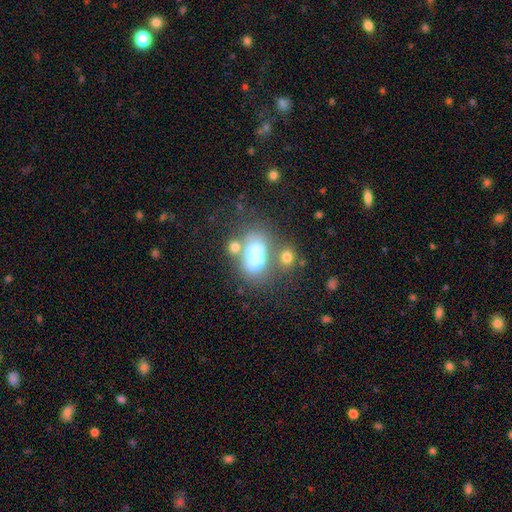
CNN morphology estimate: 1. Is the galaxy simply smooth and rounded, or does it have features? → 57% smooth, 29% featured or disk, 14% star or artifact.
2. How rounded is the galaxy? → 76% in between, 22% round, 2% cigar-shaped.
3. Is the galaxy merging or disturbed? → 45% merger, 23% none, 19% major disturbance, 13% minor disturbance.